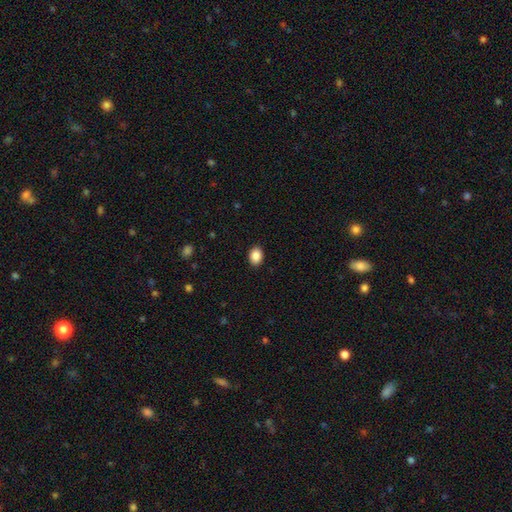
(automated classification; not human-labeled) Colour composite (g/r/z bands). It shows a smooth galaxy with no disk features (88%) that is in between round and cigar-shaped (69%). Merging: none (90%).